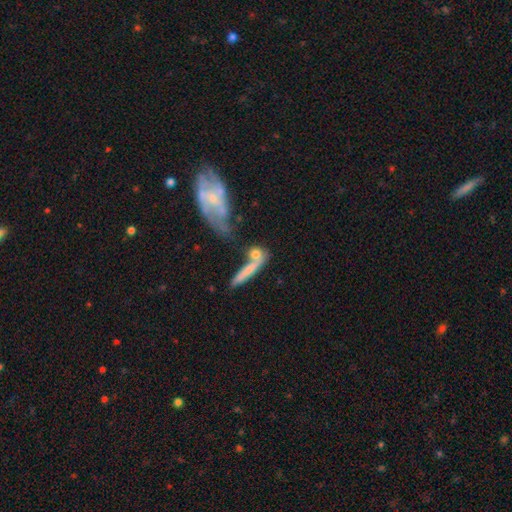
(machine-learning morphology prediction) This is possibly a smooth galaxy (60%). How rounded: likely cigar-shaped (60%). Merging: marginally merger (38%).